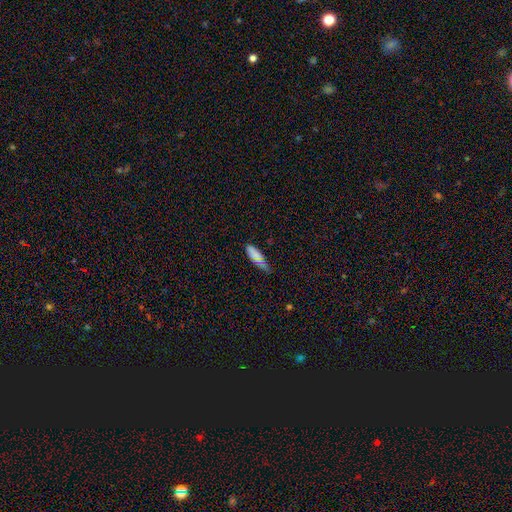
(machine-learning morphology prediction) Smooth or featured: smooth — 78% (featured or disk — 13%)
How rounded: in between — 49% (cigar-shaped — 48%)
Merging: none — 53% (minor disturbance — 36%)